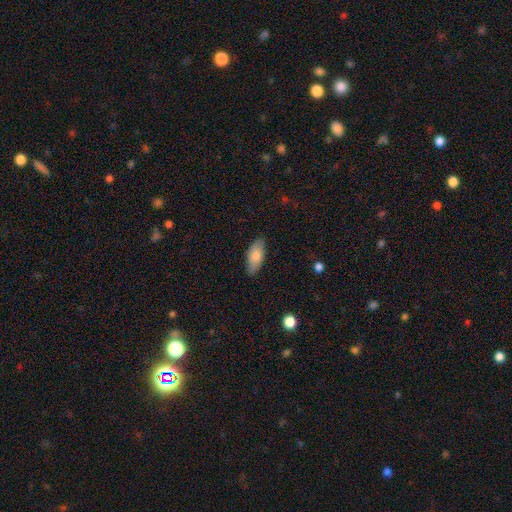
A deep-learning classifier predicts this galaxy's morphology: Smooth or featured?
  - smooth: 77% *
  - featured or disk: 17%
  - star or artifact: 6%
How rounded?
  - in between: 86% *
  - cigar-shaped: 11%
  - round: 3%
Merging?
  - none: 81% *
  - minor disturbance: 15%
  - major disturbance: 3%
  - merger: 1%